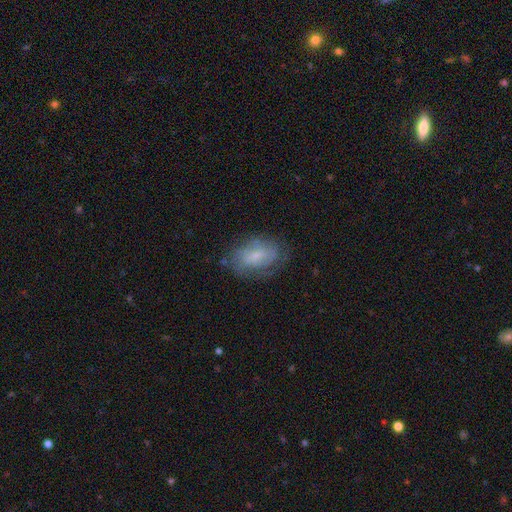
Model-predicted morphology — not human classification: This is possibly a featured or disk galaxy (48%). Merging: likely none (67%).